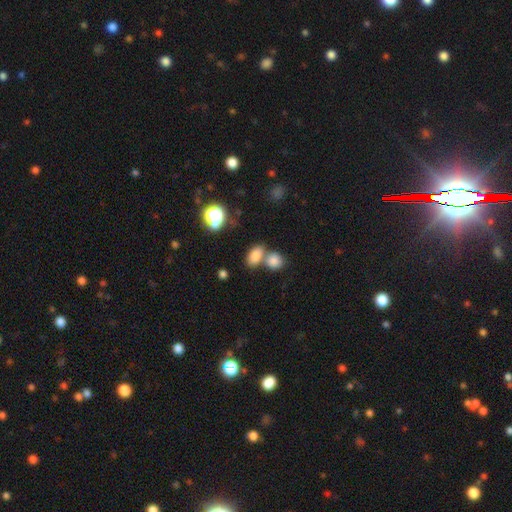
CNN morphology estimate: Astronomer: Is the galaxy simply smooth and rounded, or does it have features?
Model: smooth — 80%.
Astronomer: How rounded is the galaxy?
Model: in between — 85%.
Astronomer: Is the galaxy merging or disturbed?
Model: none — 46% (runner-up: merger, 41%).